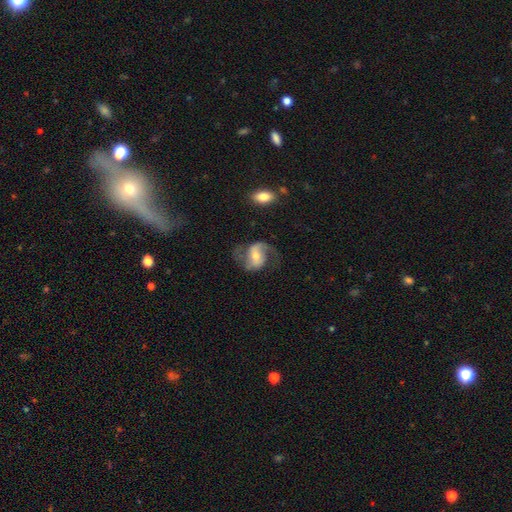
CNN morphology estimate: A featured or disk galaxy (76%) with a weak bar (39%), 2 (80%) loose (47%) spiral arms (91%) and a moderate central bulge (55%). Merging: none (57%).